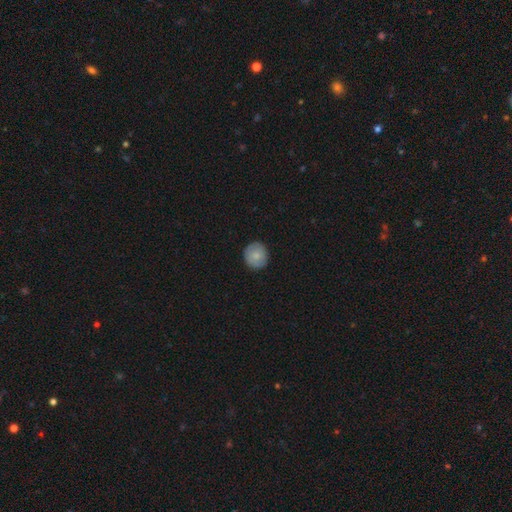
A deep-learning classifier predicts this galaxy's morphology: Smooth or featured: smooth — 78% (featured or disk — 16%)
How rounded: round — 89% (in between — 10%)
Merging: none — 87% (minor disturbance — 10%)